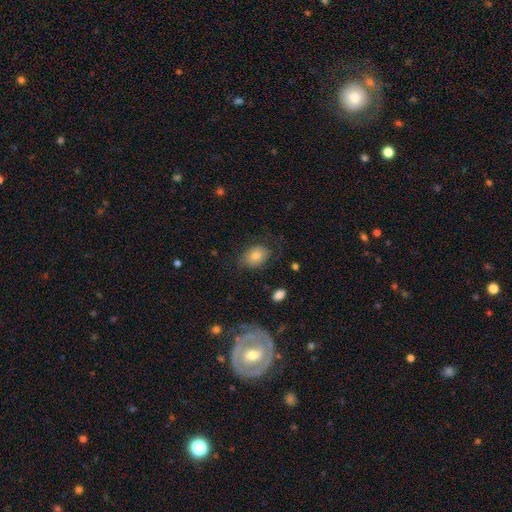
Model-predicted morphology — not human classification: smooth 68%, featured or disk 22%, star or artifact 11%. Down the decision tree: how rounded — in between (69%); merging — none (66%).